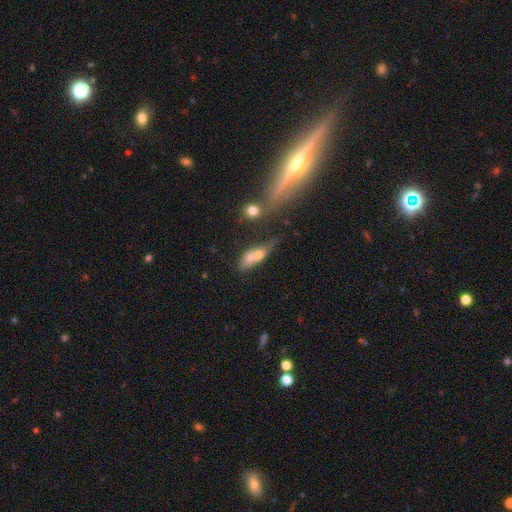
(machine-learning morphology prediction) Smooth or featured: smooth — 59% (featured or disk — 30%)
How rounded: in between — 62% (cigar-shaped — 26%)
Merging: merger — 50% (none — 21%)